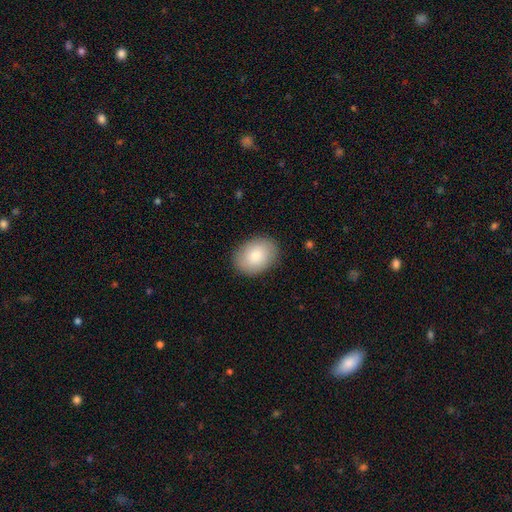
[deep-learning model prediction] The model was most divided on "how rounded": in between: 71%, round: 28%, cigar-shaped: 1%. More confident: merging — none (87%); smooth or featured — smooth (84%).